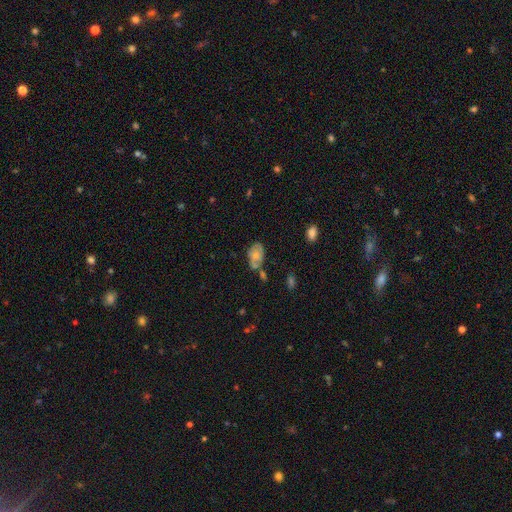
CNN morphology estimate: smooth 50%, featured or disk 42%, star or artifact 8%. Down the decision tree: merging — none (42%).